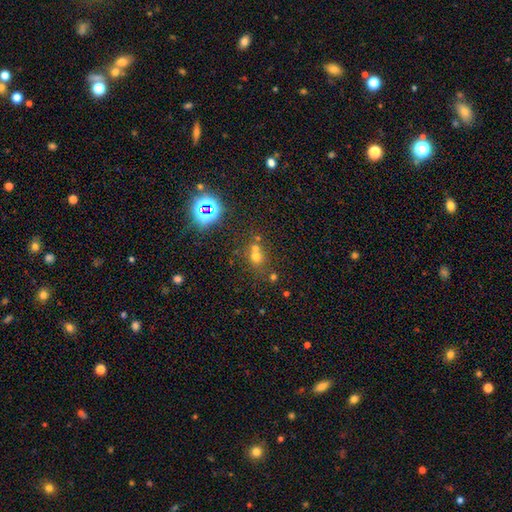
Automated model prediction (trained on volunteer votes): A smooth galaxy with no disk features (51%) that is round (77%).

Vote fractions:
- Smooth or featured? smooth: 51% / star or artifact: 36% / featured or disk: 13%
- How rounded? round: 77% / in between: 21% / cigar-shaped: 1%
- Merging? none: 49% / merger: 39% / minor disturbance: 8% / major disturbance: 4%